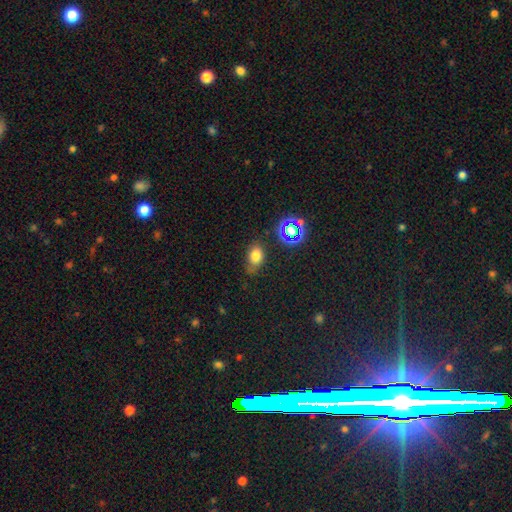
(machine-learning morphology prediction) Q: Smooth or featured?
A: smooth (73%); runner-up: star or artifact (17%)
Q: How rounded?
A: in between (76%); runner-up: round (22%)
Q: Merging?
A: none (66%); runner-up: minor disturbance (24%)